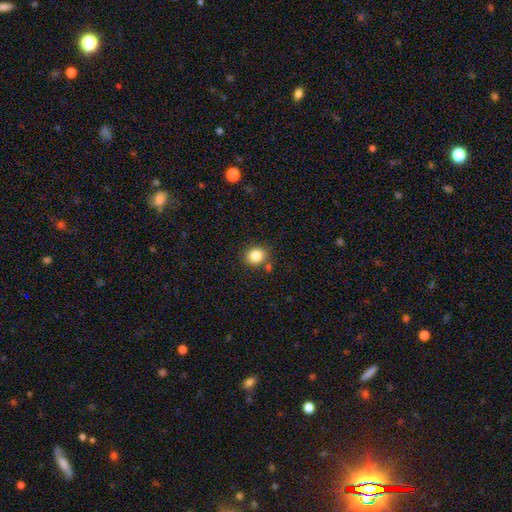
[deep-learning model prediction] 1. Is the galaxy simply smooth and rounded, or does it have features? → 84% smooth, 10% star or artifact, 6% featured or disk.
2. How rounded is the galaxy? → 64% round, 35% in between, 1% cigar-shaped.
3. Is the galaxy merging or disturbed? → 80% none, 11% minor disturbance, 7% merger, 3% major disturbance.